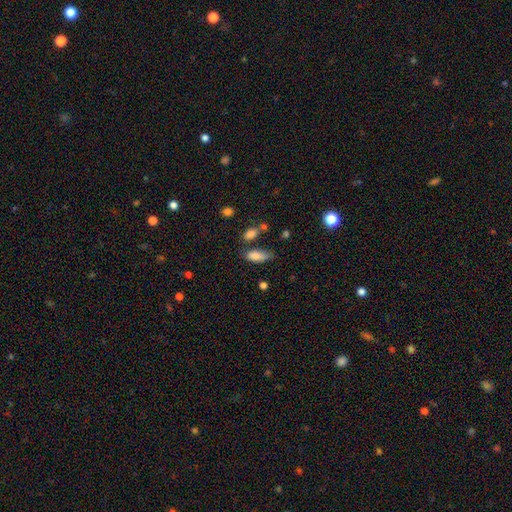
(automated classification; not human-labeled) Smooth or featured: smooth — 83% (featured or disk — 8%)
How rounded: in between — 78% (cigar-shaped — 19%)
Merging: none — 52% (minor disturbance — 29%)